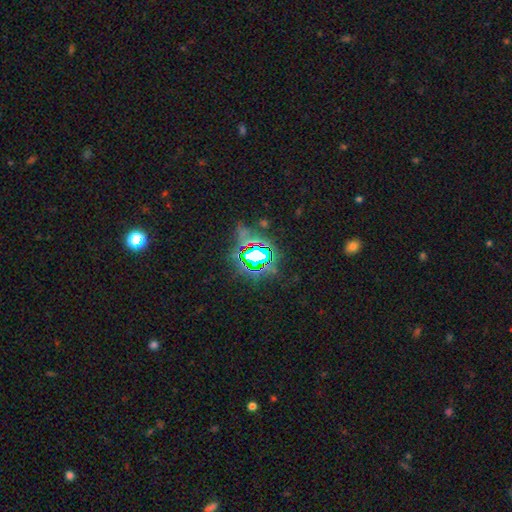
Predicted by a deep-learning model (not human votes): Morphology: type=star or artifact (75%).